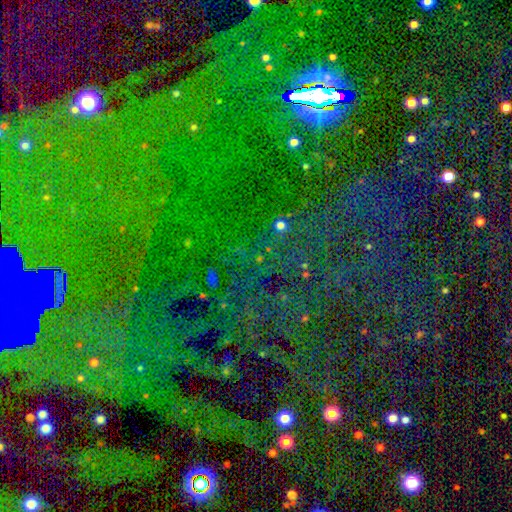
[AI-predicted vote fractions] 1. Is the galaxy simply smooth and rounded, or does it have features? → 80% star or artifact, 11% smooth, 9% featured or disk.